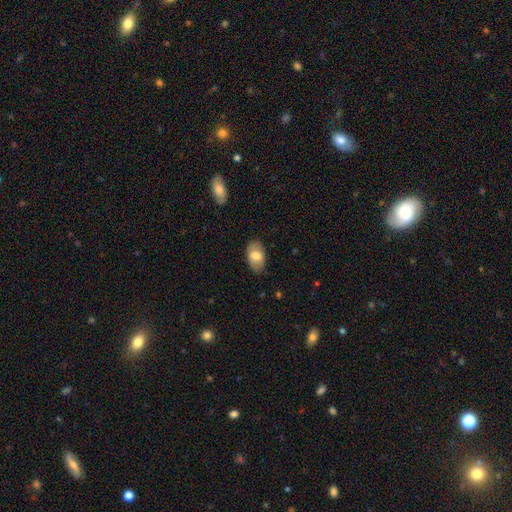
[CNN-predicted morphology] Smooth or featured: smooth — 75% (featured or disk — 19%)
How rounded: in between — 92% (round — 7%)
Merging: none — 83% (minor disturbance — 13%)